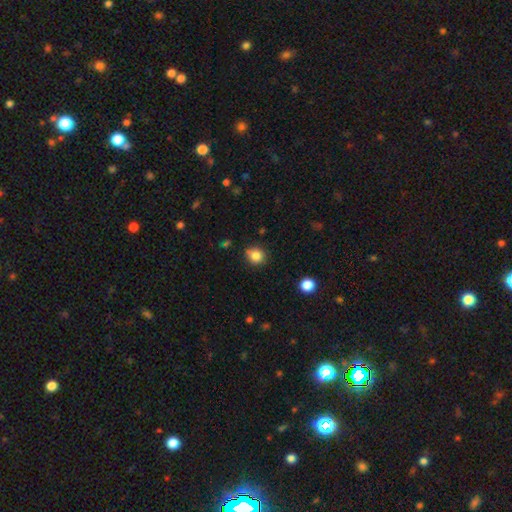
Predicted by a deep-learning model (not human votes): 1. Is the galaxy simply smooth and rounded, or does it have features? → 83% smooth, 11% star or artifact, 5% featured or disk.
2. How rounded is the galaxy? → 79% round, 20% in between, 1% cigar-shaped.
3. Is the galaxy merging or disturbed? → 71% none, 22% minor disturbance, 4% major disturbance, 3% merger.